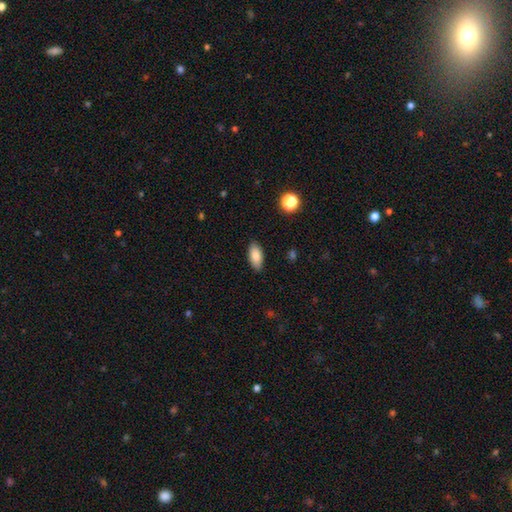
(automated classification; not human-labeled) Morphology: type=smooth (83%); roundness=in between (88%); merging=none (87%).